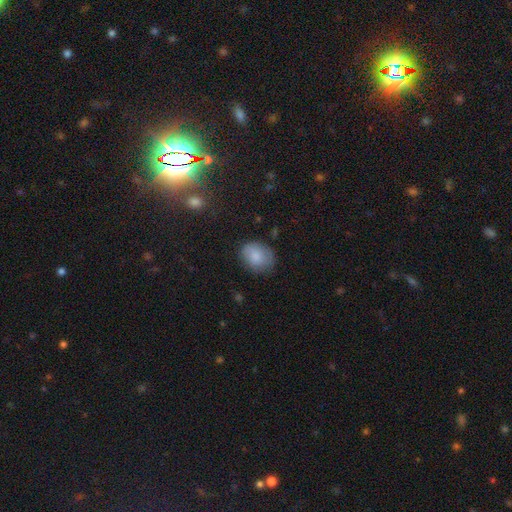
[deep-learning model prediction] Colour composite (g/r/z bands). It shows a smooth galaxy with no disk features (82%) that is in between round and cigar-shaped (59%). Merging: none (72%).